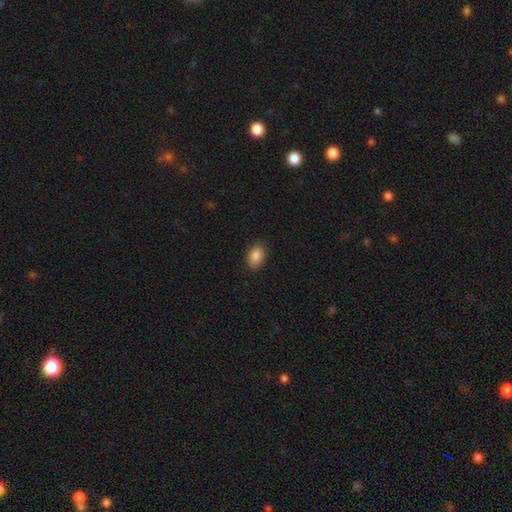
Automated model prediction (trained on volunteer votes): Q: Smooth or featured?
A: smooth (88%); runner-up: star or artifact (8%)
Q: How rounded?
A: in between (86%); runner-up: round (13%)
Q: Merging?
A: none (86%); runner-up: minor disturbance (11%)